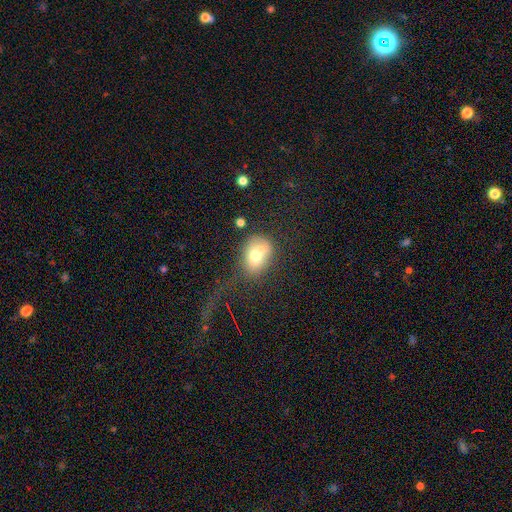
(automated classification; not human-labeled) A smooth galaxy with no disk features (67%) that is in between round and cigar-shaped (66%).

Vote fractions:
- Smooth or featured? smooth: 67% / featured or disk: 23% / star or artifact: 10%
- How rounded? in between: 66% / round: 32% / cigar-shaped: 2%
- Merging? none: 39% / major disturbance: 25% / minor disturbance: 25% / merger: 10%